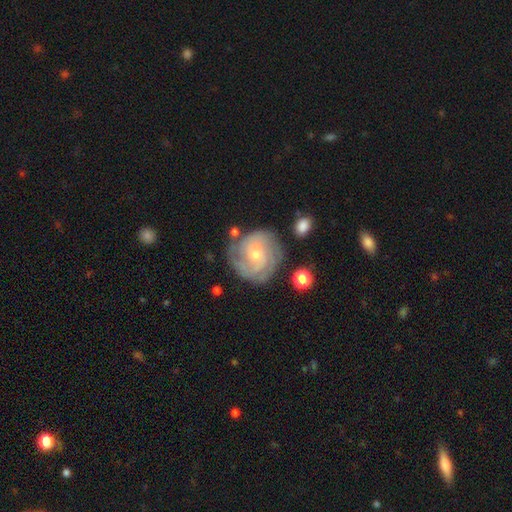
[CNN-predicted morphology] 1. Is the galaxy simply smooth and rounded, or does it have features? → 79% featured or disk, 14% smooth, 7% star or artifact.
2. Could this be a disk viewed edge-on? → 98% no, 2% yes.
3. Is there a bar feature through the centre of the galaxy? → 62% no, 32% weak, 6% strong.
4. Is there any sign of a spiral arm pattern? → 93% yes, 7% no.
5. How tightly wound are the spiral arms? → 64% tight, 29% medium, 7% loose.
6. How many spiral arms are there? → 33% can't tell, 29% 2, 21% 3, 8% 4, 5% 1, 5% more than 4.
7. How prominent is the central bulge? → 71% small, 24% moderate, 2% none, 1% large, 1% dominant.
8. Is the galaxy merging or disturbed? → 70% none, 18% minor disturbance, 8% major disturbance, 5% merger.